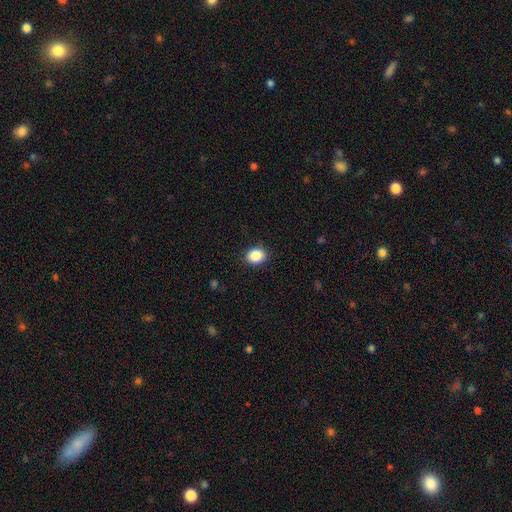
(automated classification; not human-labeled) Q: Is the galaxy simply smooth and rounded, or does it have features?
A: smooth — 88%.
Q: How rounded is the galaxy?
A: round — 51%.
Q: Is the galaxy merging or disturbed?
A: none — 88%.